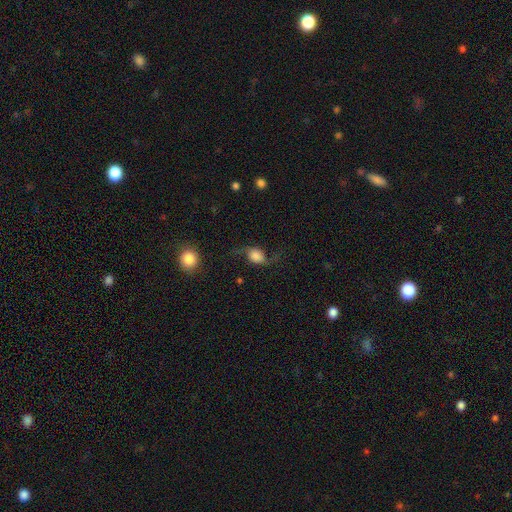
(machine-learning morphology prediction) smooth 45%, featured or disk 44%, star or artifact 11%. Down the decision tree: merging — none (58%).